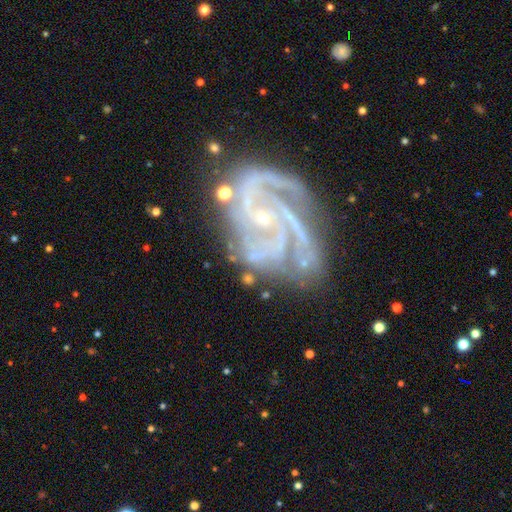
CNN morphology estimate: This is likely a featured or disk galaxy (72%). It is clearly not viewed edge-on (96%). Bar: possibly no (59%). Spiral arm pattern: clearly yes (92%). Spiral arm count: marginally 2 (26%). Spiral winding: possibly tight (55%). Central bulge: likely small (72%). Merging: possibly none (60%).